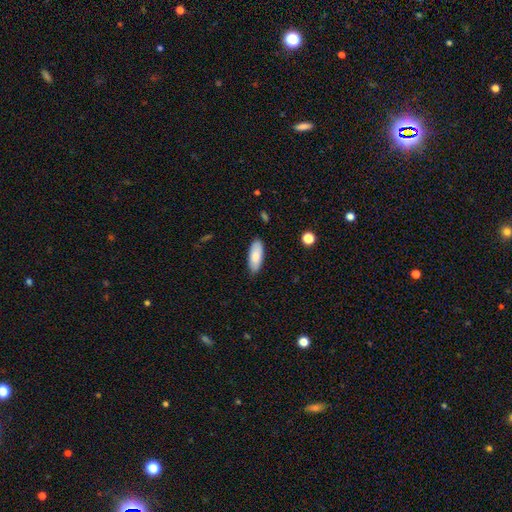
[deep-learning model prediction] This is clearly a smooth galaxy (85%). How rounded: likely in between (77%). Merging: clearly none (86%).